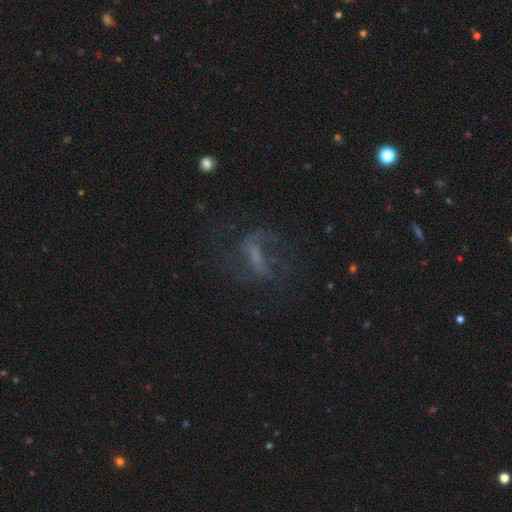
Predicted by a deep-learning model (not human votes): Smooth or featured?
  - featured or disk: 60% *
  - smooth: 20%
  - star or artifact: 19%
Edge-on disk?
  - no: 91% *
  - yes: 9%
Bar?
  - strong: 38% *
  - weak: 36%
  - no: 26%
Spiral arms?
  - yes: 69% *
  - no: 31%
Bulge size?
  - none: 48% *
  - small: 27%
  - moderate: 18%
  - large: 5%
  - dominant: 2%
Merging?
  - none: 52% *
  - major disturbance: 29%
  - minor disturbance: 17%
  - merger: 3%